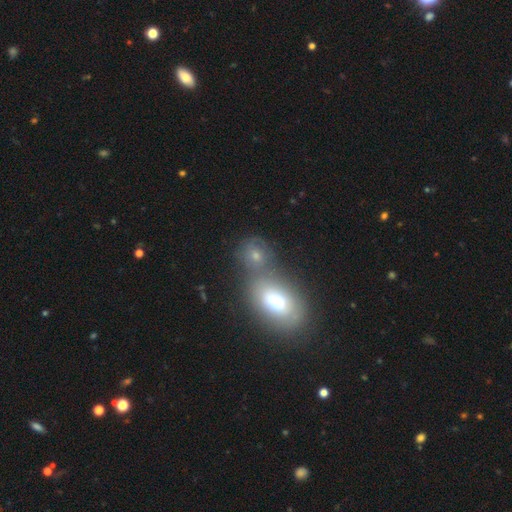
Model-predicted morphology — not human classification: Smooth or featured: smooth — 55% (featured or disk — 27%)
How rounded: round — 51% (in between — 46%)
Merging: merger — 47% (none — 40%)